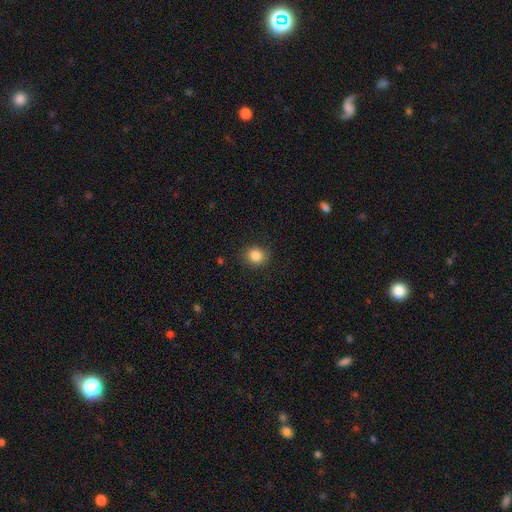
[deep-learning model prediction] Overall: smooth (85%). How rounded: round (78%). Merging: none (86%).